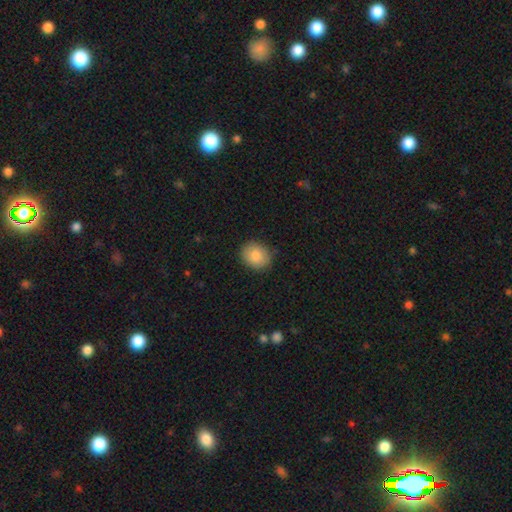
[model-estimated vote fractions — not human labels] This is clearly a smooth galaxy (86%). How rounded: likely round (62%). Merging: clearly none (86%).